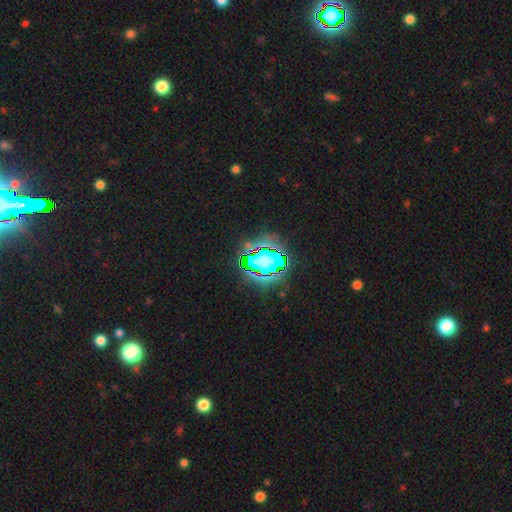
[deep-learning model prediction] star or artifact 82%, smooth 11%, featured or disk 7%.